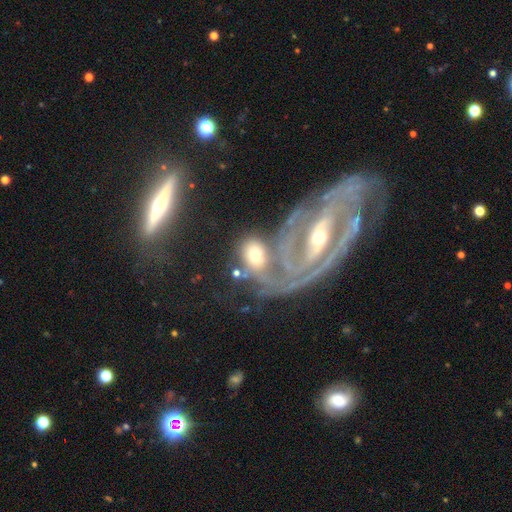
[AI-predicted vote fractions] Smooth or featured? featured or disk (47%)
Merging? merger (42%)